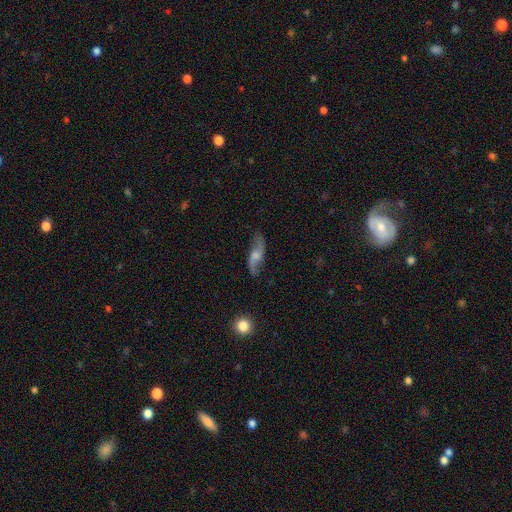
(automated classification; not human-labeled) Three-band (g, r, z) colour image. It shows a featured or disk galaxy (74%) with no bar (57%), 2 (92%) loose (84%) spiral arms (93%) and a moderate central bulge (48%). Merging: none (76%).